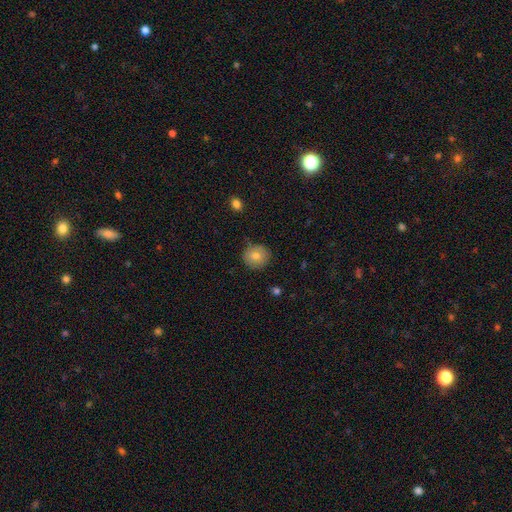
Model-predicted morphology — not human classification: Q: Smooth or featured?
A: smooth (77%); runner-up: featured or disk (13%)
Q: How rounded?
A: round (89%); runner-up: in between (10%)
Q: Merging?
A: none (82%); runner-up: minor disturbance (14%)